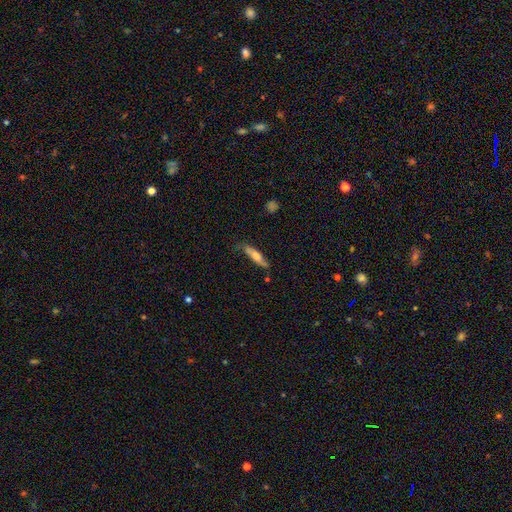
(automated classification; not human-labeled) Q: Smooth or featured?
A: smooth (57%); runner-up: featured or disk (36%)
Q: How rounded?
A: cigar-shaped (81%); runner-up: in between (18%)
Q: Merging?
A: none (70%); runner-up: minor disturbance (22%)